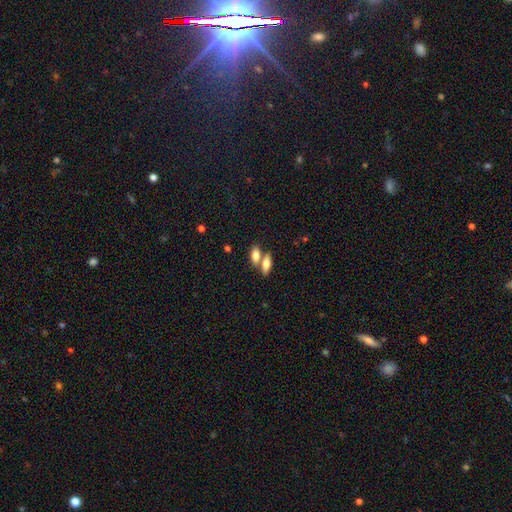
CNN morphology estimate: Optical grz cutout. It shows a smooth galaxy with no disk features (74%) that is in between round and cigar-shaped (81%). Merging: merger (45%).